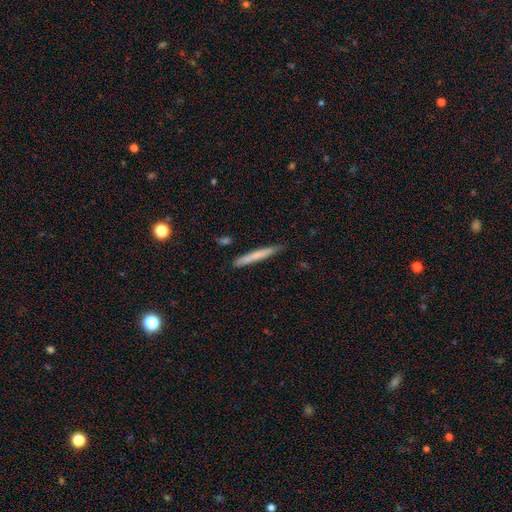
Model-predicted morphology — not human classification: Smooth or featured? Predicted: smooth (p=0.67). How rounded? Predicted: cigar-shaped (p=0.96). Merging? Predicted: none (p=0.85).